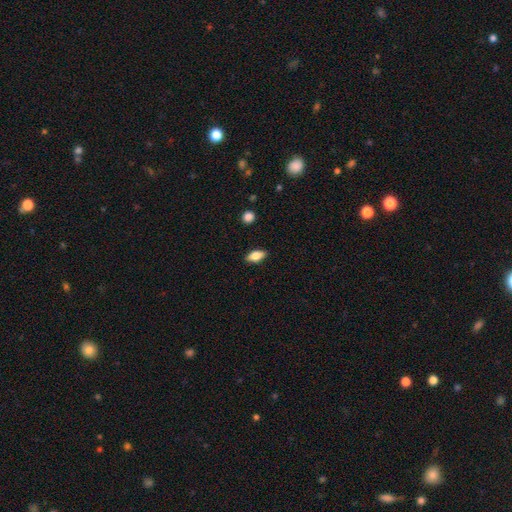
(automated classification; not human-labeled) Smooth or featured?
  - smooth: 79% *
  - featured or disk: 14%
  - star or artifact: 7%
How rounded?
  - in between: 88% *
  - cigar-shaped: 8%
  - round: 4%
Merging?
  - none: 88% *
  - minor disturbance: 9%
  - major disturbance: 2%
  - merger: 1%